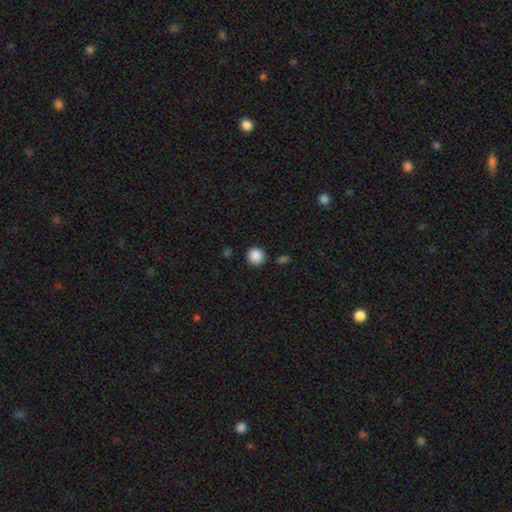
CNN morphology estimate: smooth_or_featured: smooth (p=0.88) [alt: star or artifact p=0.09]
how_rounded: round (p=0.93) [alt: in between p=0.06]
merging: none (p=0.89) [alt: minor disturbance p=0.06]